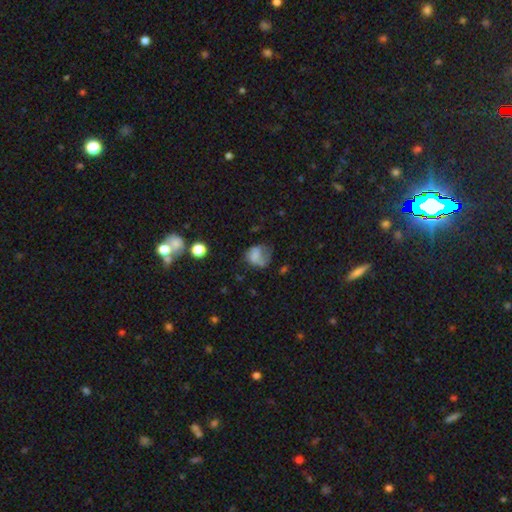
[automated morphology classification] Smooth or featured? smooth (63%)
How rounded? round (56%)
Merging? major disturbance (33%, tied with none)